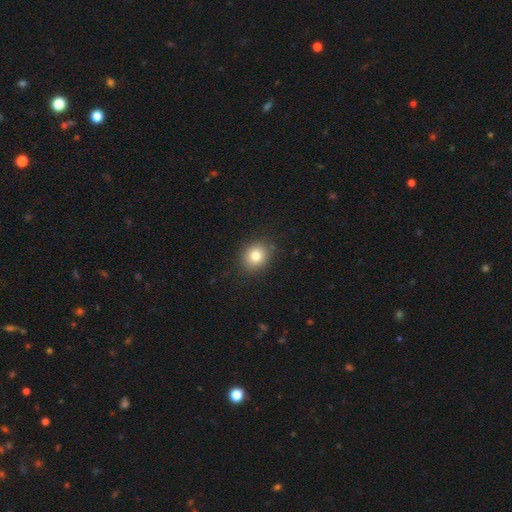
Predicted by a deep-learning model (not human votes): A smooth galaxy with no disk features (81%) that is round (74%).

Vote fractions:
- Smooth or featured? smooth: 81% / star or artifact: 11% / featured or disk: 8%
- How rounded? round: 74% / in between: 26% / cigar-shaped: 1%
- Merging? none: 88% / minor disturbance: 8% / major disturbance: 2% / merger: 1%